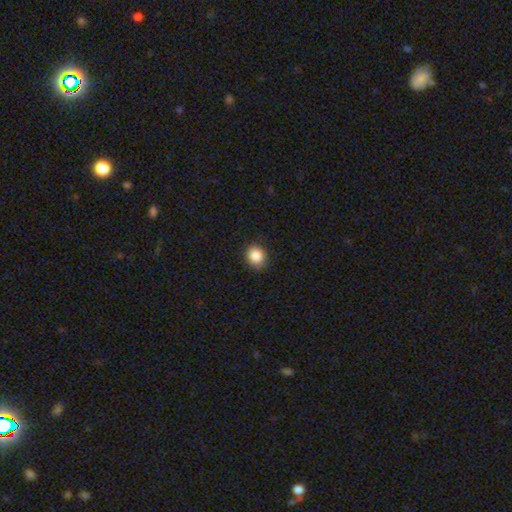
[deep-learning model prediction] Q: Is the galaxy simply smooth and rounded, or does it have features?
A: smooth — 87%.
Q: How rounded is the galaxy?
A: round — 81%.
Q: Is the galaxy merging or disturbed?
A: none — 87%.